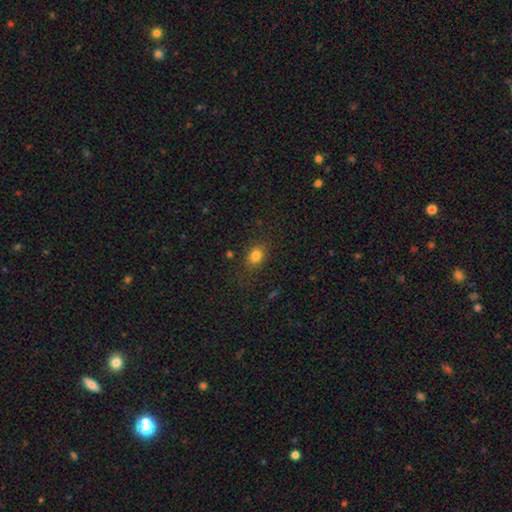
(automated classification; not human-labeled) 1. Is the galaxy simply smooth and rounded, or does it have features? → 81% smooth, 13% star or artifact, 6% featured or disk.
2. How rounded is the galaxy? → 59% in between, 40% round, 1% cigar-shaped.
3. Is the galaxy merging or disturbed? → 78% none, 15% minor disturbance, 6% major disturbance, 2% merger.